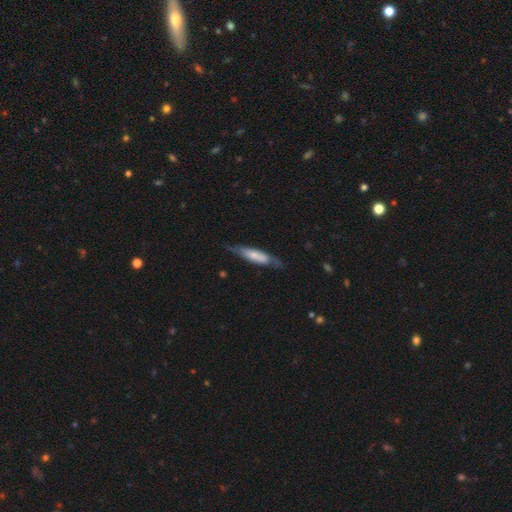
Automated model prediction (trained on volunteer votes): A smooth galaxy with no disk features (55%) that is cigar-shaped (69%).

Vote fractions:
- Smooth or featured? smooth: 55% / featured or disk: 40% / star or artifact: 5%
- How rounded? cigar-shaped: 69% / in between: 29% / round: 2%
- Merging? none: 64% / minor disturbance: 26% / major disturbance: 9% / merger: 2%